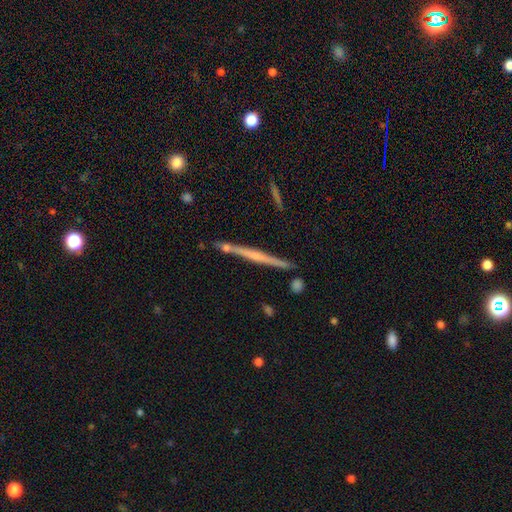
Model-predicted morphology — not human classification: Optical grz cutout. It shows a featured or disk galaxy (68%) viewed edge-on (98%) with no central bulge (56%). Merging: none (85%).